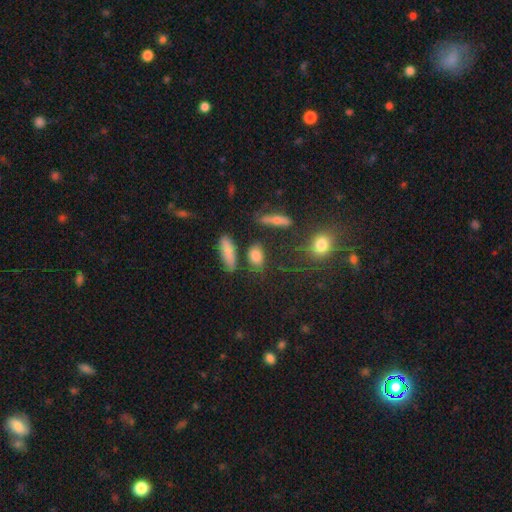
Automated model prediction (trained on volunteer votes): smooth_or_featured: smooth (p=0.78) [alt: star or artifact p=0.12]
how_rounded: in between (p=0.68) [alt: round p=0.23]
merging: none (p=0.71) [alt: minor disturbance p=0.15]